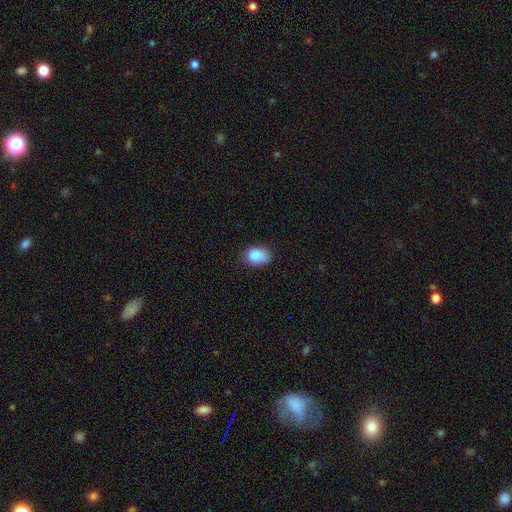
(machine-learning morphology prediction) smooth 84%, star or artifact 9%, featured or disk 6%. Down the decision tree: how rounded — in between (70%); merging — none (55%).